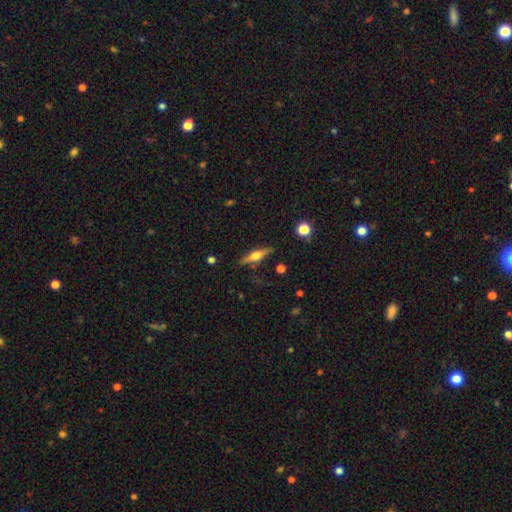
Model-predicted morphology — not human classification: type=featured or disk (68%); edge-on=yes (97%); edge-on bulge=rounded (92%); merging=none (86%).